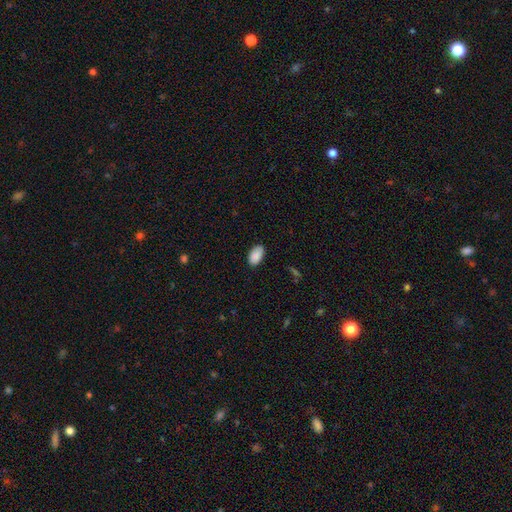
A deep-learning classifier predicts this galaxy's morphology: Smooth or featured: smooth — 90% (star or artifact — 7%)
How rounded: in between — 95% (round — 3%)
Merging: none — 86% (minor disturbance — 11%)